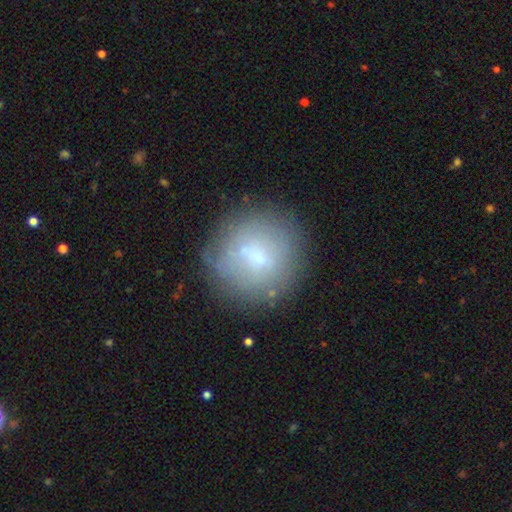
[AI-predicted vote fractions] Smooth or featured? smooth (63%)
How rounded? round (92%)
Merging? none (75%)